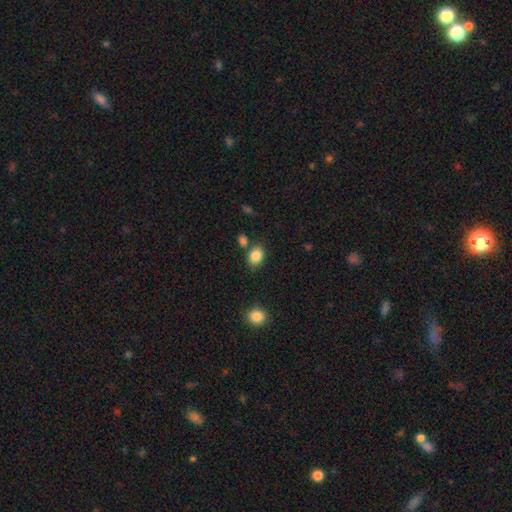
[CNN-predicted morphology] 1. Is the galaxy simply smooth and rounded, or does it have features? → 86% smooth, 9% star or artifact, 6% featured or disk.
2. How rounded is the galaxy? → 68% in between, 31% round, 1% cigar-shaped.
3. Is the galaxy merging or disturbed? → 74% none, 12% minor disturbance, 11% merger, 3% major disturbance.